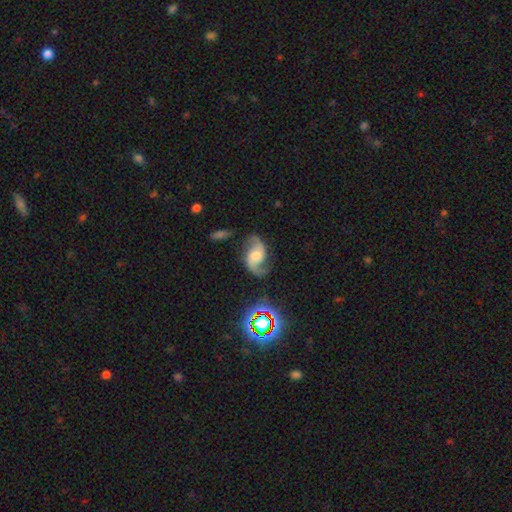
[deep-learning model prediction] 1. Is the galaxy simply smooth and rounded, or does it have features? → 85% featured or disk, 8% smooth, 7% star or artifact.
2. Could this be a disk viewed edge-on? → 97% no, 3% yes.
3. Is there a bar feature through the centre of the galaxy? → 51% no, 38% weak, 11% strong.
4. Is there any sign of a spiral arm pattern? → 97% yes, 3% no.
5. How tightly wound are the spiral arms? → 55% loose, 37% medium, 8% tight.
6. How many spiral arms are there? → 93% 2, 2% 1, 2% can't tell, 1% 3, 1% 4, 1% more than 4.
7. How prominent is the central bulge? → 42% moderate, 23% small, 19% large, 13% none, 3% dominant.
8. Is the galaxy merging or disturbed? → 72% none, 17% minor disturbance, 8% major disturbance, 3% merger.